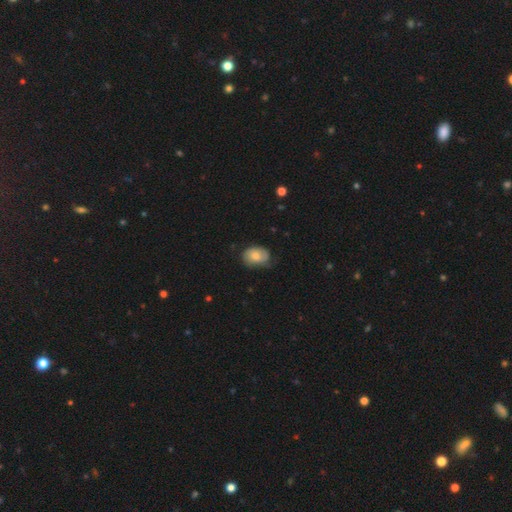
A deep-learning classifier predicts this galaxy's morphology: This appears to be a smooth galaxy with no disk features (69%) that is in between round and cigar-shaped (73%). Merging: none (59%).